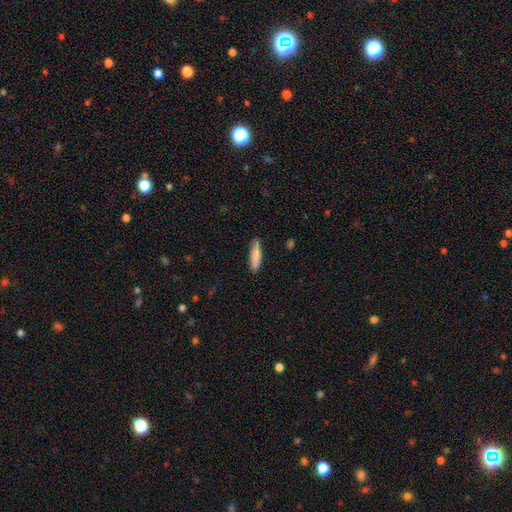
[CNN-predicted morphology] smooth_or_featured: smooth (p=0.84) [alt: featured or disk p=0.11]
how_rounded: cigar-shaped (p=0.75) [alt: in between p=0.23]
merging: none (p=0.87) [alt: minor disturbance p=0.09]